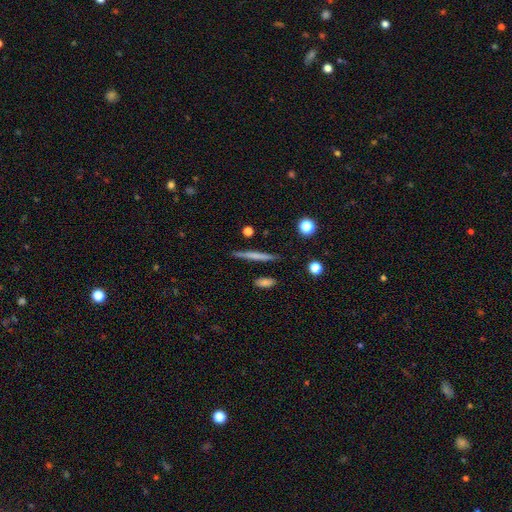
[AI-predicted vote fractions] Q: Smooth or featured?
A: smooth (56%); runner-up: featured or disk (37%)
Q: How rounded?
A: cigar-shaped (93%); runner-up: in between (4%)
Q: Merging?
A: none (88%); runner-up: minor disturbance (8%)